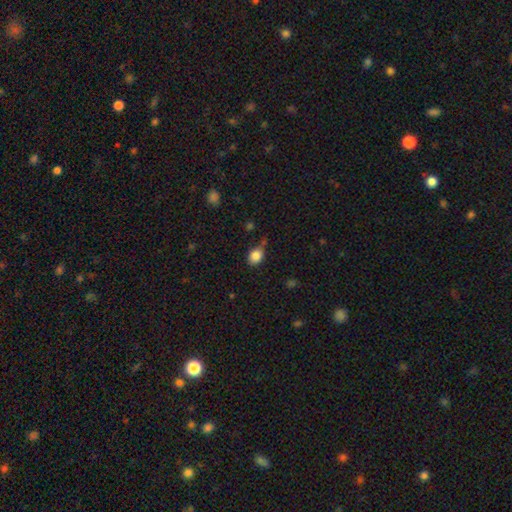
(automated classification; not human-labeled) Smooth or featured? Predicted: smooth (p=0.85). How rounded? Predicted: in between (p=0.53). Merging? Predicted: none (p=0.62).